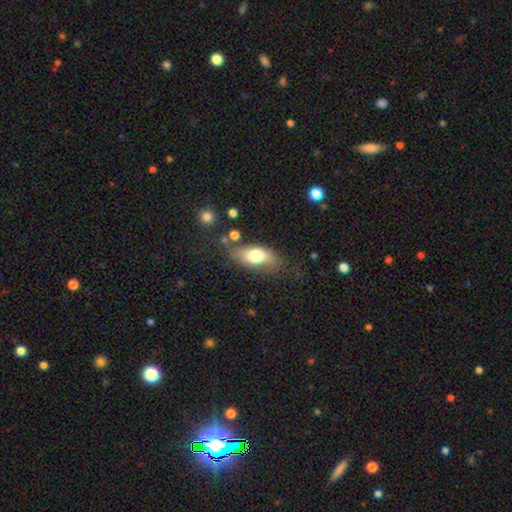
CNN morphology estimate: A smooth galaxy with no disk features (72%) that is in between round and cigar-shaped (85%). Merging: none (62%).